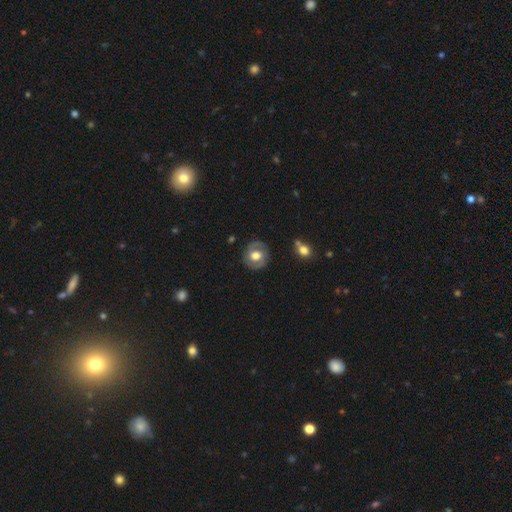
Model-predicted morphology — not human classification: A featured or disk galaxy (54%) with no bar (60%), spiral arms (60%) and a moderate central bulge (55%).

Vote fractions:
- Smooth or featured? featured or disk: 54% / smooth: 39% / star or artifact: 7%
- Edge-on disk? no: 97% / yes: 3%
- Bar? no: 60% / weak: 31% / strong: 9%
- Spiral arms? yes: 60% / no: 40%
- Bulge size? moderate: 55% / large: 37% / small: 4% / dominant: 2% / none: 1%
- Merging? none: 83% / minor disturbance: 12% / major disturbance: 4% / merger: 2%